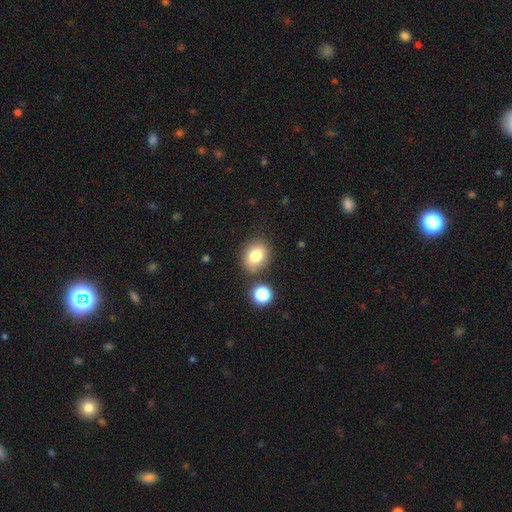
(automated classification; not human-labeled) A smooth galaxy with no disk features (80%) that is round (51%).

Vote fractions:
- Smooth or featured? smooth: 80% / star or artifact: 11% / featured or disk: 9%
- How rounded? round: 51% / in between: 48% / cigar-shaped: 1%
- Merging? none: 77% / minor disturbance: 12% / merger: 8% / major disturbance: 3%